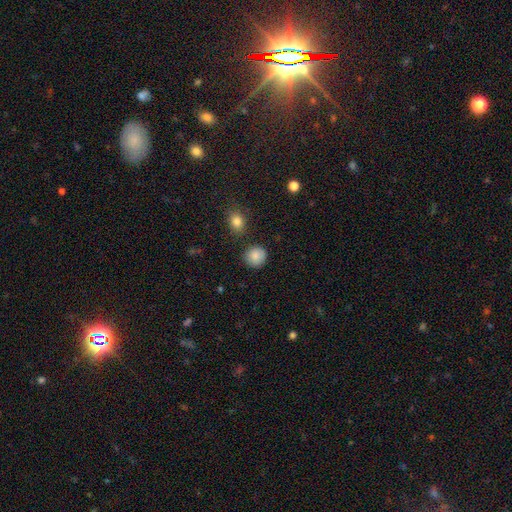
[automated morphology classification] A smooth galaxy with no disk features (87%) that is round (89%).

Vote fractions:
- Smooth or featured? smooth: 87% / star or artifact: 8% / featured or disk: 4%
- How rounded? round: 89% / in between: 10% / cigar-shaped: 1%
- Merging? none: 85% / minor disturbance: 9% / merger: 3% / major disturbance: 3%